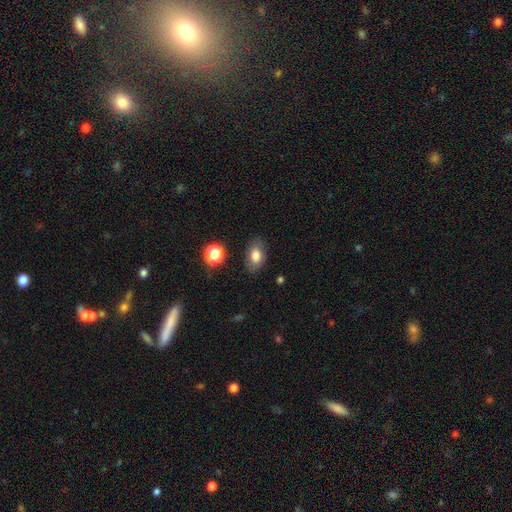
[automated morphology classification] A smooth galaxy with no disk features (77%) that is in between round and cigar-shaped (88%).

Vote fractions:
- Smooth or featured? smooth: 77% / featured or disk: 14% / star or artifact: 9%
- How rounded? in between: 88% / round: 10% / cigar-shaped: 2%
- Merging? none: 82% / minor disturbance: 13% / major disturbance: 4% / merger: 2%